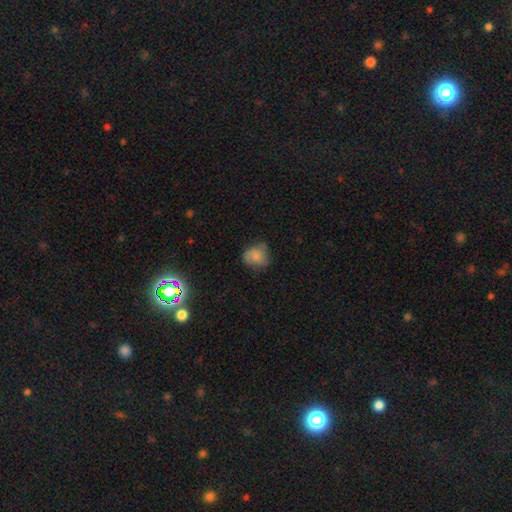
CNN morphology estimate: The model was most divided on "merging": none: 60%, minor disturbance: 29%, major disturbance: 10%, merger: 1%. More confident: how rounded — round (68%); smooth or featured — smooth (65%).